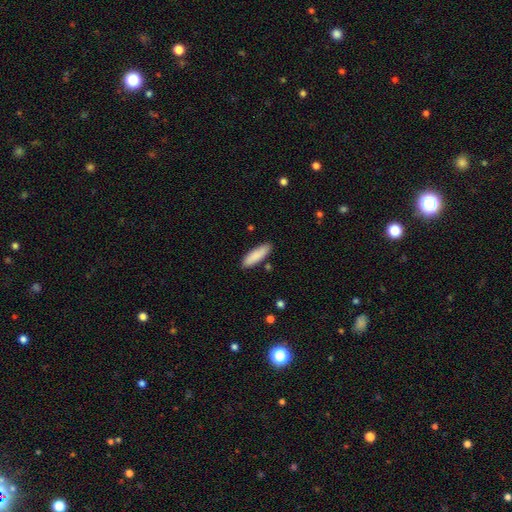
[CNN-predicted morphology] A smooth galaxy with no disk features (87%) that is cigar-shaped (58%).

Vote fractions:
- Smooth or featured? smooth: 87% / featured or disk: 7% / star or artifact: 6%
- How rounded? cigar-shaped: 58% / in between: 40% / round: 1%
- Merging? none: 86% / minor disturbance: 10% / merger: 2% / major disturbance: 2%